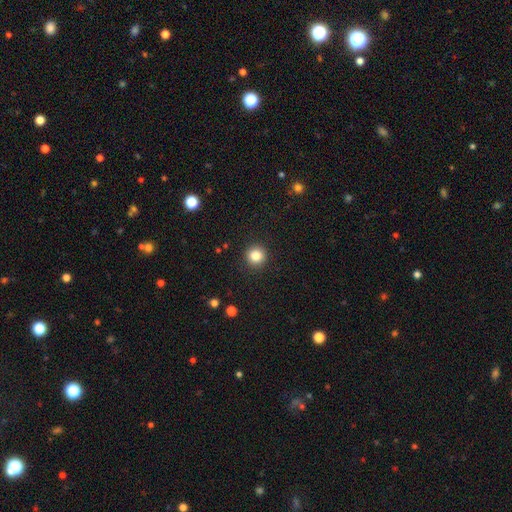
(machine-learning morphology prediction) The model was most divided on "smooth or featured": smooth: 84%, star or artifact: 11%, featured or disk: 5%. More confident: how rounded — round (94%); merging — none (92%).